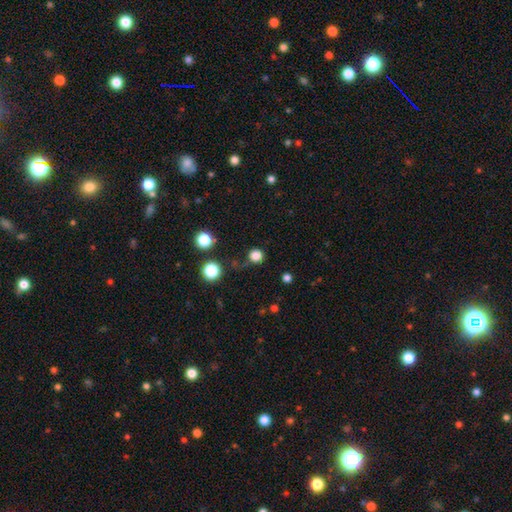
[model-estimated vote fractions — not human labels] smooth 80%, star or artifact 16%, featured or disk 4%. Down the decision tree: how rounded — round (94%); merging — none (81%).